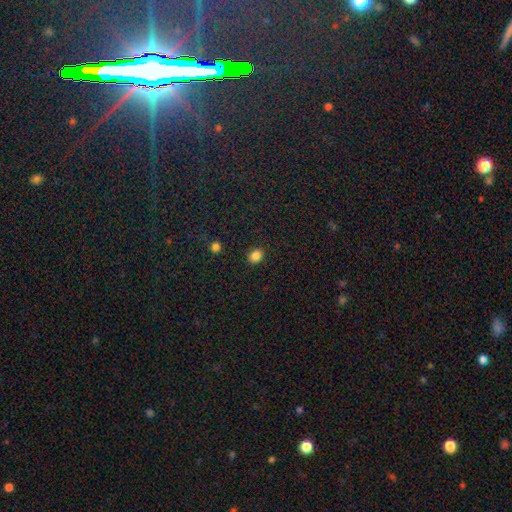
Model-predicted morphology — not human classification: This appears to be a smooth galaxy with no disk features (85%) that is round (62%). Merging: none (90%).